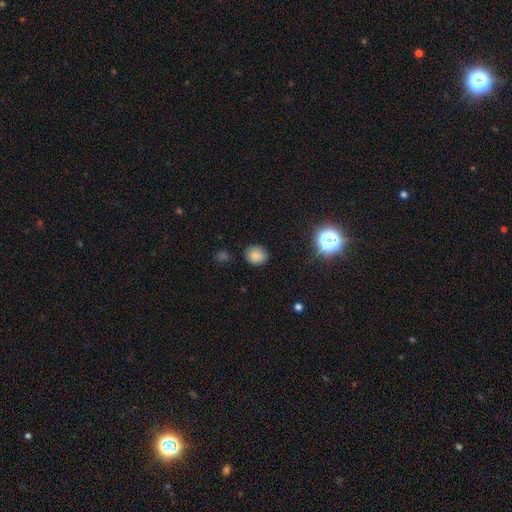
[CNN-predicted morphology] The model was most divided on "how rounded": round: 77%, in between: 22%, cigar-shaped: 1%. More confident: merging — none (85%); smooth or featured — smooth (82%).